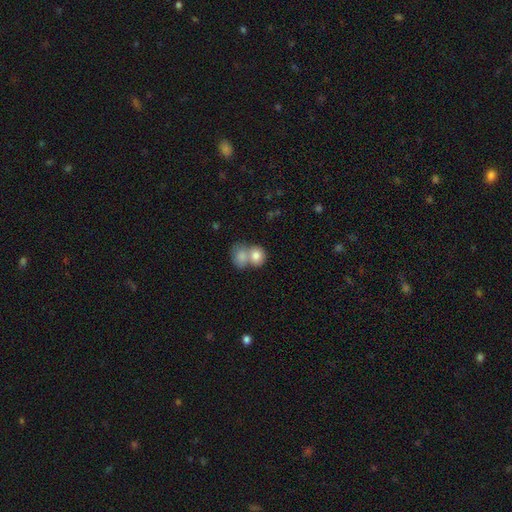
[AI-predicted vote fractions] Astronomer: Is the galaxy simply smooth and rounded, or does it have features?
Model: smooth — 81%.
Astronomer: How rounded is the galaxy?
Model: round — 60% (runner-up: in between, 39%).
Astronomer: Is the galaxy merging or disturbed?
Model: merger — 66%.